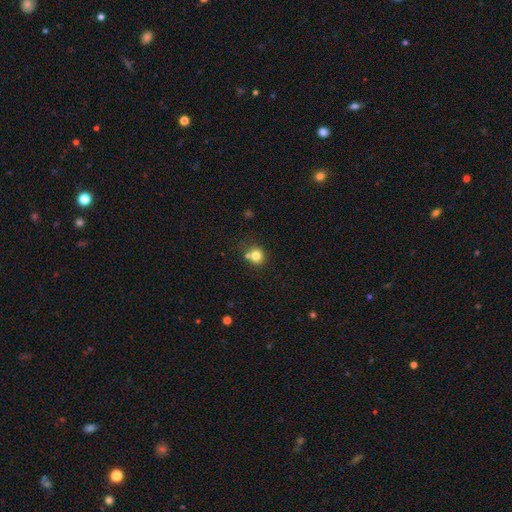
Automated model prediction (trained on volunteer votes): Q: Smooth or featured?
A: smooth (78%); runner-up: star or artifact (13%)
Q: How rounded?
A: round (83%); runner-up: in between (16%)
Q: Merging?
A: none (58%); runner-up: merger (26%)